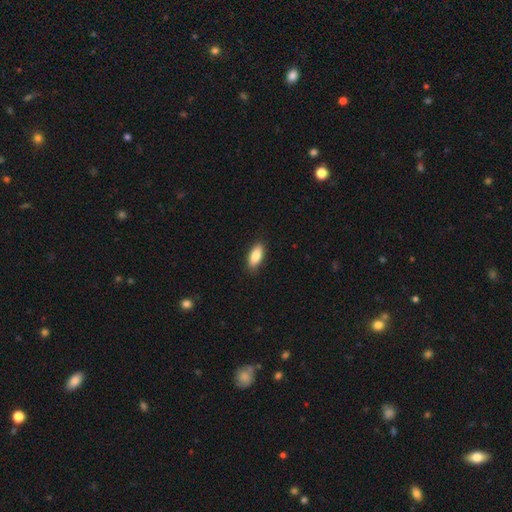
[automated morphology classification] Smooth or featured? smooth (85%)
How rounded? in between (83%)
Merging? none (88%)